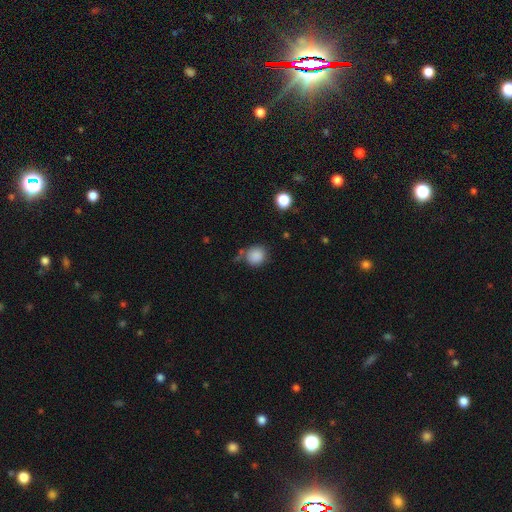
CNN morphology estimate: Smooth or featured? smooth (87%)
How rounded? round (84%)
Merging? none (71%)